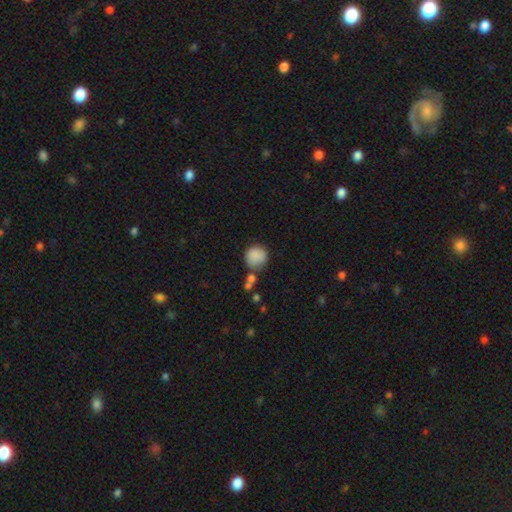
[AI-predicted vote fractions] Q: Smooth or featured?
A: smooth (85%); runner-up: star or artifact (9%)
Q: How rounded?
A: round (88%); runner-up: in between (11%)
Q: Merging?
A: none (60%); runner-up: minor disturbance (20%)